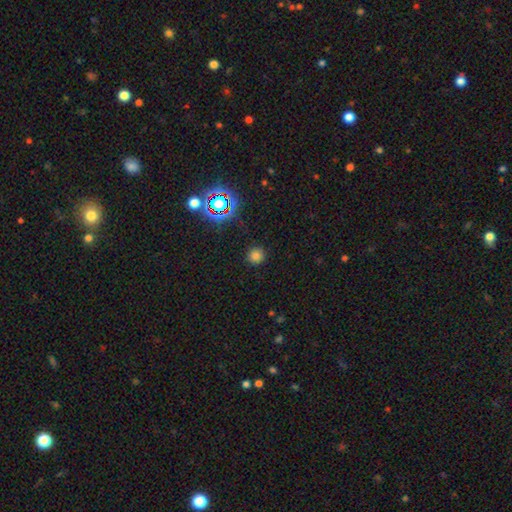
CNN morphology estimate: Smooth or featured?
  - smooth: 74% *
  - star or artifact: 20%
  - featured or disk: 5%
How rounded?
  - round: 94% *
  - in between: 5%
  - cigar-shaped: 1%
Merging?
  - none: 89% *
  - minor disturbance: 7%
  - major disturbance: 2%
  - merger: 1%